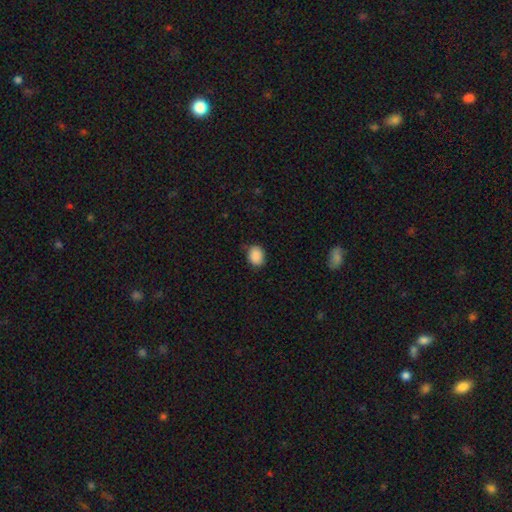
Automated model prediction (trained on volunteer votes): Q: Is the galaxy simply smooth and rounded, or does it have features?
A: smooth — 89%.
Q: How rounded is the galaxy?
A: round — 51%.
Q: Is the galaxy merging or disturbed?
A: none — 75%.